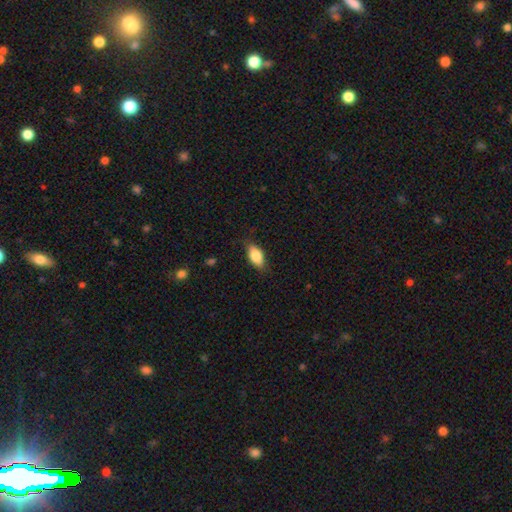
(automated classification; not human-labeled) The model was most divided on "merging": none: 80%, minor disturbance: 15%, major disturbance: 3%, merger: 1%. More confident: how rounded — in between (90%); smooth or featured — smooth (83%).